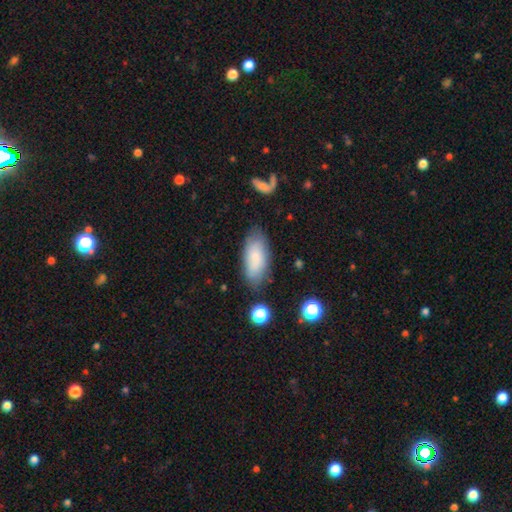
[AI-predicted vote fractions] This is likely a smooth galaxy (77%). How rounded: clearly in between (88%). Merging: likely none (74%).